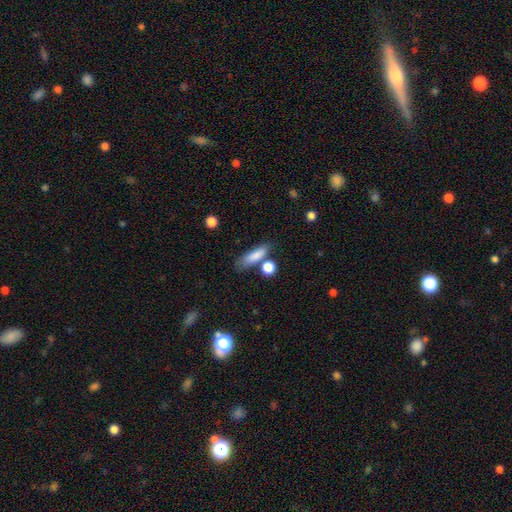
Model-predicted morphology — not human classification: A smooth galaxy with no disk features (82%) that is in between round and cigar-shaped (47%, tied with cigar-shaped). Merging: none (63%).